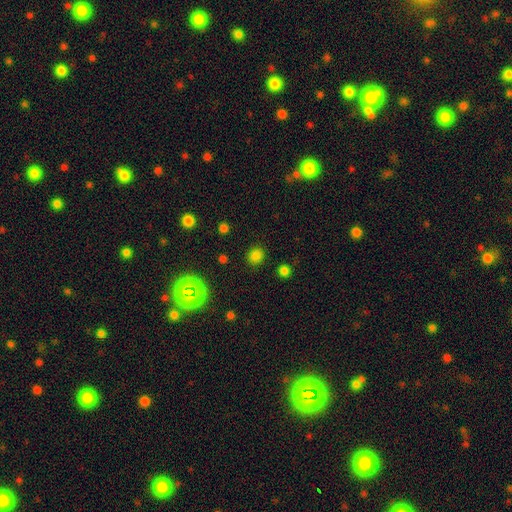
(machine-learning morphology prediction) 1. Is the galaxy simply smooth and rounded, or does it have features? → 76% smooth, 20% star or artifact, 4% featured or disk.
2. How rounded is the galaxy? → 80% round, 19% in between, 1% cigar-shaped.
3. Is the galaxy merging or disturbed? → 88% none, 7% minor disturbance, 3% major disturbance, 2% merger.